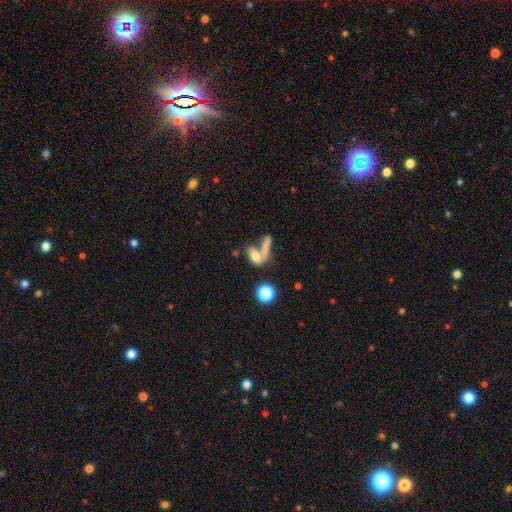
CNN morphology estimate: smooth_or_featured: smooth (p=0.70) [alt: featured or disk p=0.19]
how_rounded: in between (p=0.63) [alt: cigar-shaped p=0.24]
merging: merger (p=0.44) [alt: none p=0.38]